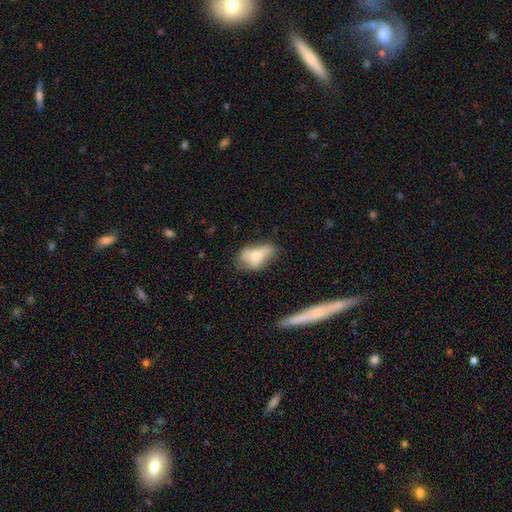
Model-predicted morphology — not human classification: A smooth galaxy with no disk features (64%) that is in between round and cigar-shaped (86%). Merging: none (39%).